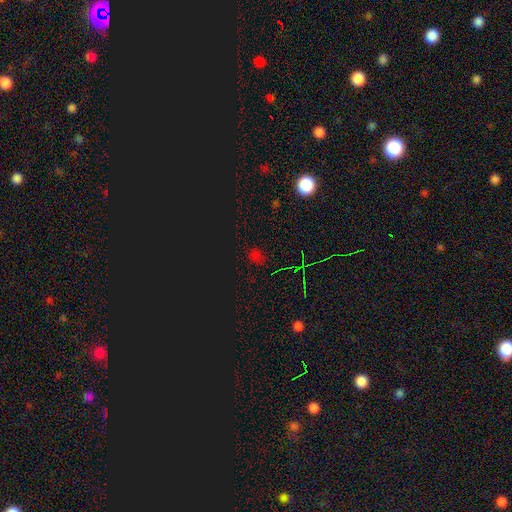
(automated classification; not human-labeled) smooth_or_featured: star or artifact (p=0.61) [alt: smooth p=0.34]